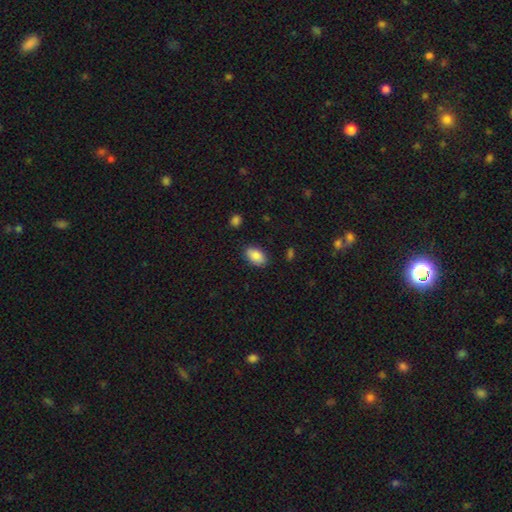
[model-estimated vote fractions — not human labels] Q: Smooth or featured?
A: smooth (88%); runner-up: star or artifact (7%)
Q: How rounded?
A: in between (92%); runner-up: round (6%)
Q: Merging?
A: none (85%); runner-up: minor disturbance (11%)